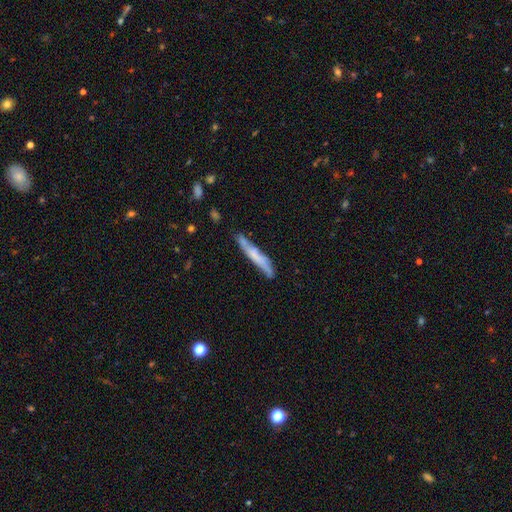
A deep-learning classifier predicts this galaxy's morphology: A smooth galaxy with no disk features (55%) that is cigar-shaped (94%). Merging: none (70%).